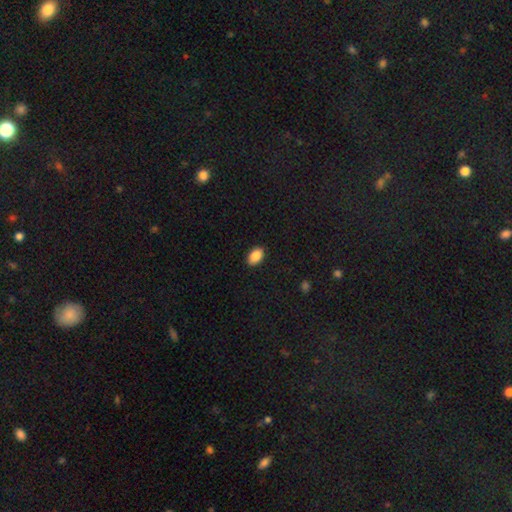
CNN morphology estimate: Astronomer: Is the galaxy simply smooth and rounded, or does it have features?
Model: smooth — 88%.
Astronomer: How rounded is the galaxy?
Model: in between — 90%.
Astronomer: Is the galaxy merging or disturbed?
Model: none — 89%.